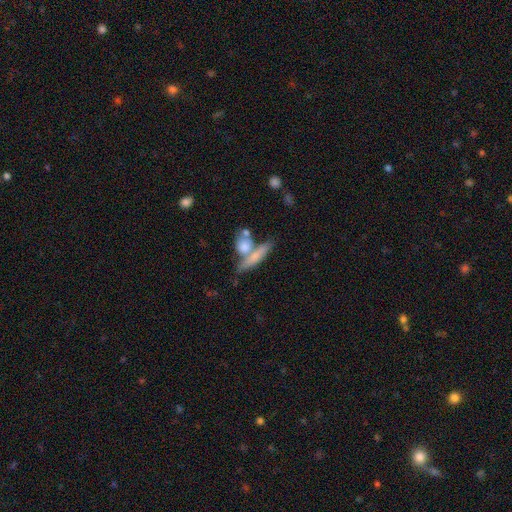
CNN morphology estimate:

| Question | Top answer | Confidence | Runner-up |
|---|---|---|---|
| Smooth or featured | smooth | 65% | featured or disk (28%) |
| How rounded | cigar-shaped | 61% | in between (29%) |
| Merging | none | 46% | merger (37%) |